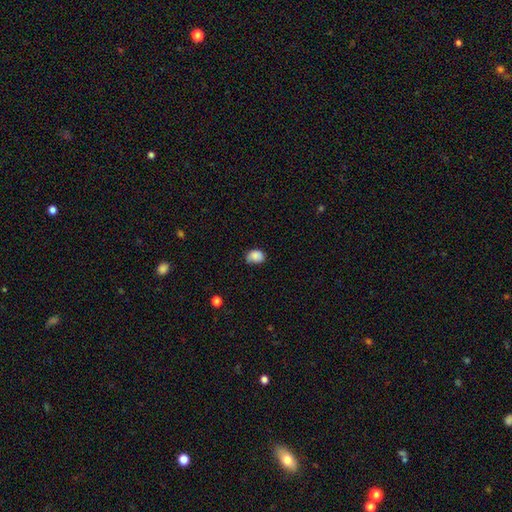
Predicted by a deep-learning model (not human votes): Smooth or featured?
  - smooth: 84% *
  - star or artifact: 9%
  - featured or disk: 7%
How rounded?
  - in between: 63% *
  - round: 36%
  - cigar-shaped: 1%
Merging?
  - none: 61% *
  - minor disturbance: 31%
  - major disturbance: 6%
  - merger: 2%